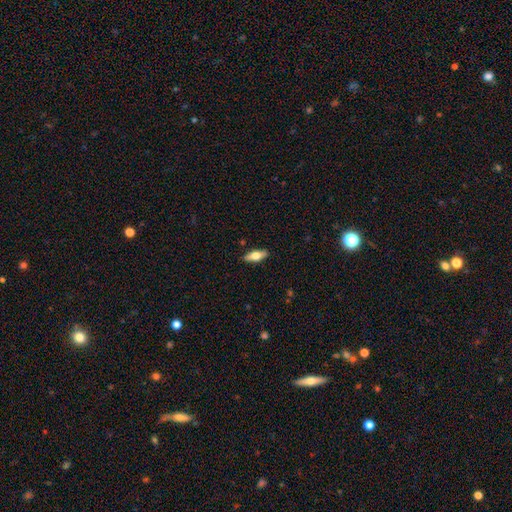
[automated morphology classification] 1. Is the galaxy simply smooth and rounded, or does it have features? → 60% smooth, 34% featured or disk, 6% star or artifact.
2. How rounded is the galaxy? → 63% in between, 35% cigar-shaped, 3% round.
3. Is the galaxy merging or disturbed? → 88% none, 9% minor disturbance, 2% major disturbance, 1% merger.